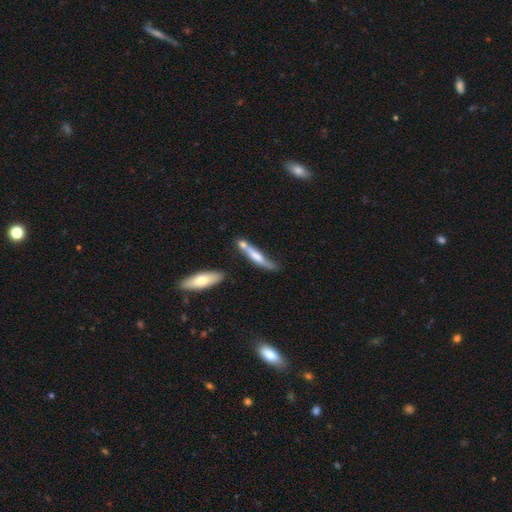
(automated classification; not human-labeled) Smooth or featured? smooth (53%)
How rounded? cigar-shaped (87%)
Merging? none (44%)